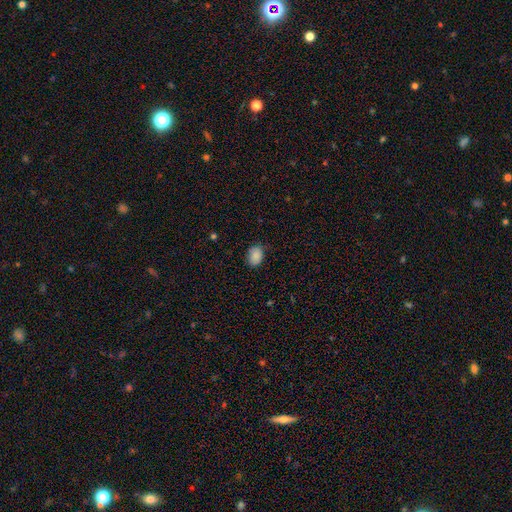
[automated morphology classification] This is clearly a smooth galaxy (88%). How rounded: likely in between (72%). Merging: clearly none (82%).